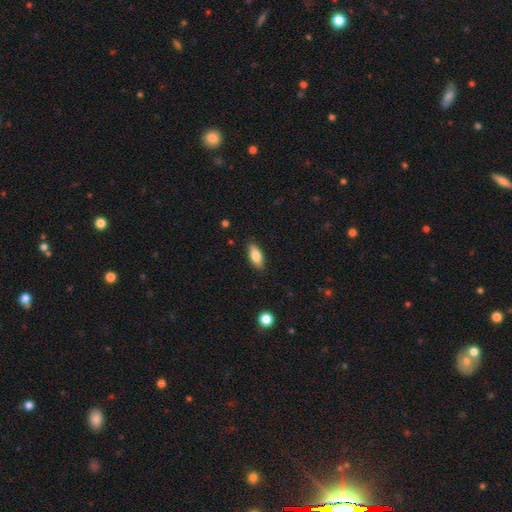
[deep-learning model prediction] Morphology: type=smooth (79%); roundness=in between (78%); merging=none (87%).